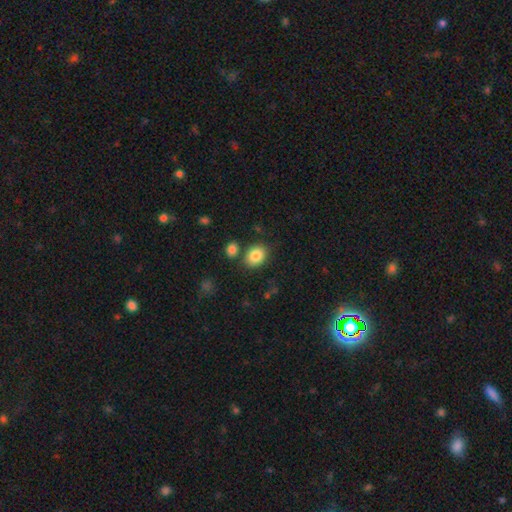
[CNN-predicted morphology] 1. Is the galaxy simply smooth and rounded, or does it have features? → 85% smooth, 9% star or artifact, 7% featured or disk.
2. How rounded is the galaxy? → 58% in between, 41% round, 1% cigar-shaped.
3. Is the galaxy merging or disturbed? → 75% none, 11% minor disturbance, 10% merger, 3% major disturbance.